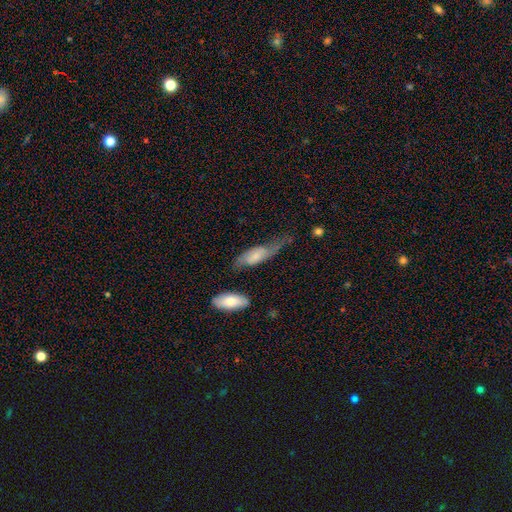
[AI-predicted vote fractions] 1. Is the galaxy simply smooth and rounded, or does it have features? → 50% smooth, 43% featured or disk, 7% star or artifact.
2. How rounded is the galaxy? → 62% in between, 34% cigar-shaped, 3% round.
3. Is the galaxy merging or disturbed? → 40% none, 31% minor disturbance, 22% major disturbance, 7% merger.